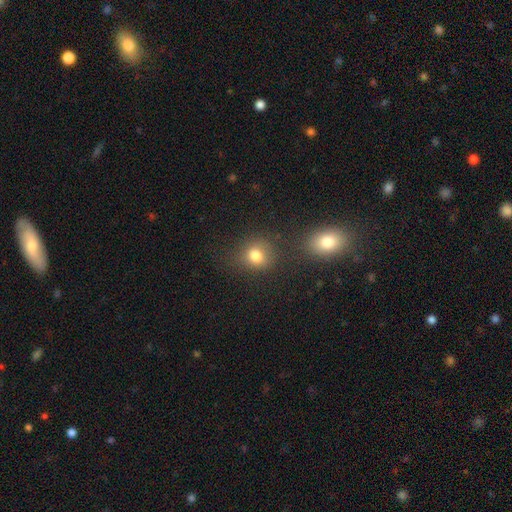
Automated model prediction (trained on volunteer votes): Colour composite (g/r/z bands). It shows a smooth galaxy with no disk features (78%) that is round (77%). Merging: none (72%).